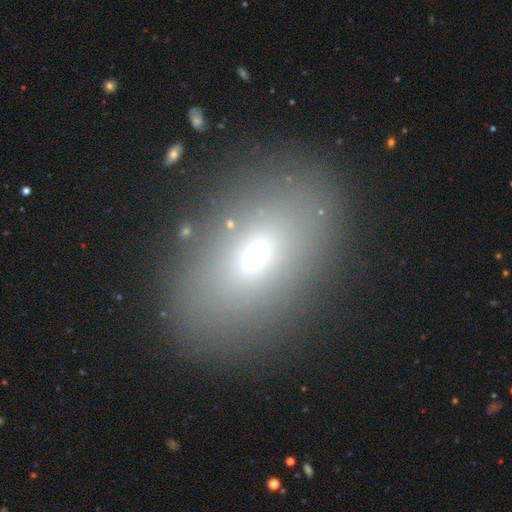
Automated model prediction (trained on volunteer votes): smooth-or-featured: smooth: 63% | featured or disk: 21% | star or artifact: 16%
  how-rounded: in between: 85% | round: 9% | cigar-shaped: 6%
  merging: none: 81% | minor disturbance: 11% | major disturbance: 5% | merger: 3%